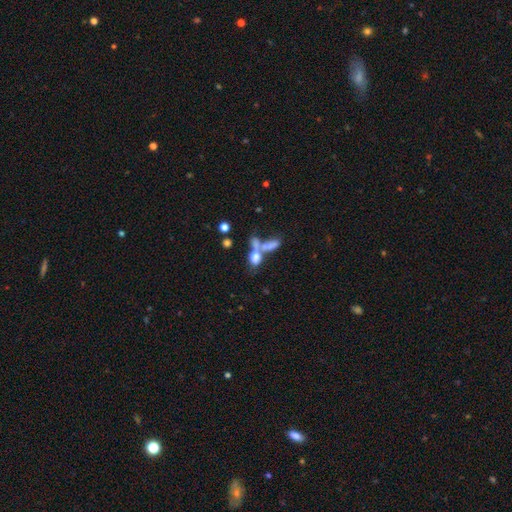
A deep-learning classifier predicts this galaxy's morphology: Q: Smooth or featured?
A: smooth (66%); runner-up: featured or disk (22%)
Q: How rounded?
A: in between (67%); runner-up: round (19%)
Q: Merging?
A: merger (55%); runner-up: none (26%)